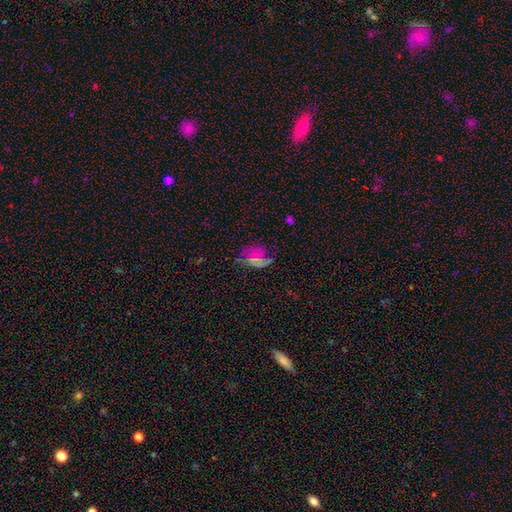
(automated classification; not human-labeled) smooth-or-featured: featured or disk: 56% | smooth: 29% | star or artifact: 15%
  disk-edge-on: no: 98% | yes: 2%
    bar: no: 68% | weak: 26% | strong: 6%
    has-spiral-arms: yes: 77% | no: 23%
    bulge-size: small: 42% | none: 38% | moderate: 15% | large: 3% | dominant: 2%
  merging: none: 45% | major disturbance: 27% | minor disturbance: 25% | merger: 3%